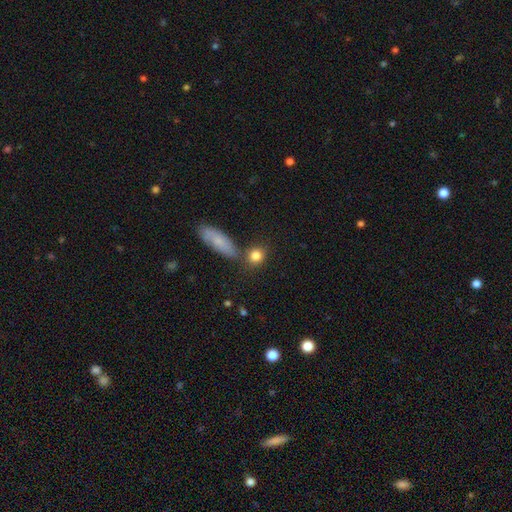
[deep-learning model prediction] Smooth or featured?
  - smooth: 82% *
  - star or artifact: 10%
  - featured or disk: 8%
How rounded?
  - round: 70% *
  - in between: 25%
  - cigar-shaped: 5%
Merging?
  - none: 71% *
  - merger: 14%
  - minor disturbance: 12%
  - major disturbance: 4%